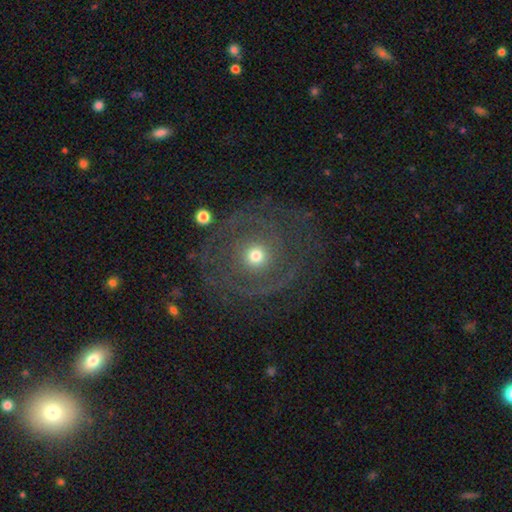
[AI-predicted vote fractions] Smooth or featured? Predicted: featured or disk (p=0.64). Edge-on disk? Predicted: no (p=0.96). Bar? Predicted: no (p=0.87). Spiral arms? Predicted: yes (p=0.71). Bulge size? Predicted: moderate (p=0.49). Merging? Predicted: none (p=0.73).